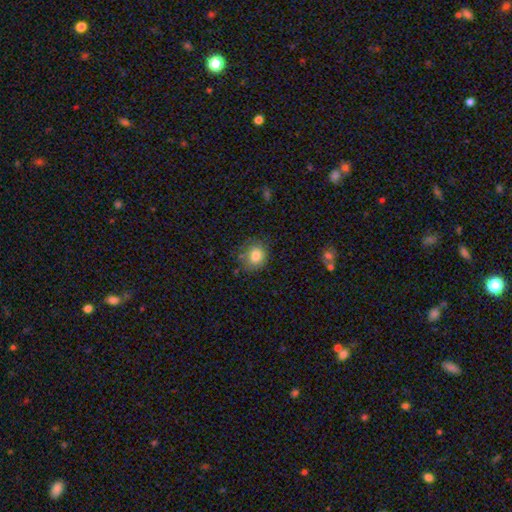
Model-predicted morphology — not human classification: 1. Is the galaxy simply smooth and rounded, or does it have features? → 81% smooth, 10% star or artifact, 9% featured or disk.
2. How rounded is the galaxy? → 67% round, 32% in between, 1% cigar-shaped.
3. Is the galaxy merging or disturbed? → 72% none, 20% minor disturbance, 6% major disturbance, 3% merger.